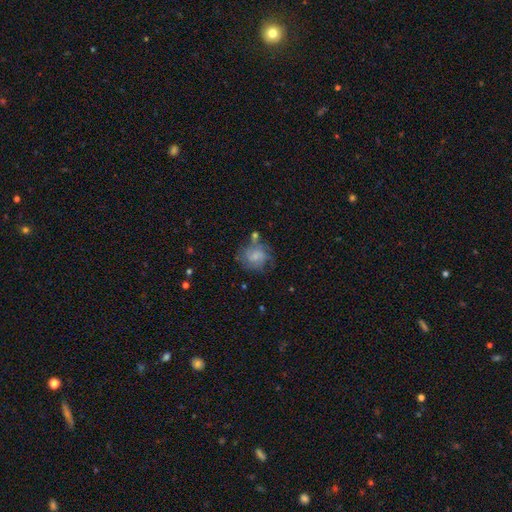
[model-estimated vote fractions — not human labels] This appears to be a featured or disk galaxy (52%) with no bar (65%), spiral arms (80%) and a small central bulge (51%). Merging: none (55%).